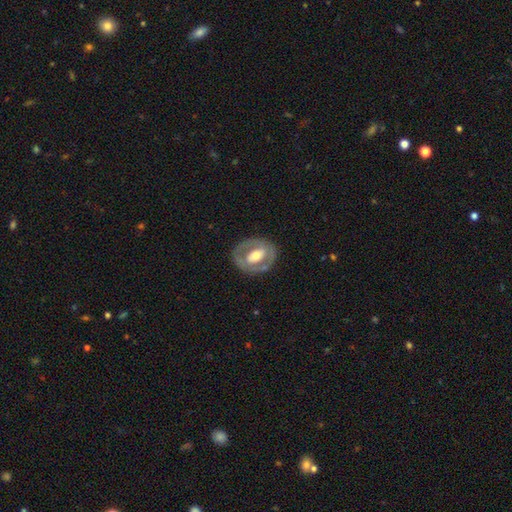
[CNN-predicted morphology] Overall: featured or disk (62%; smooth 33%). Edge-on disk: no (94%). Bar: no (44%; weak 31%). Spiral arms: no (75%). Bulge size: moderate (61%; large 21%). Merging: none (77%).